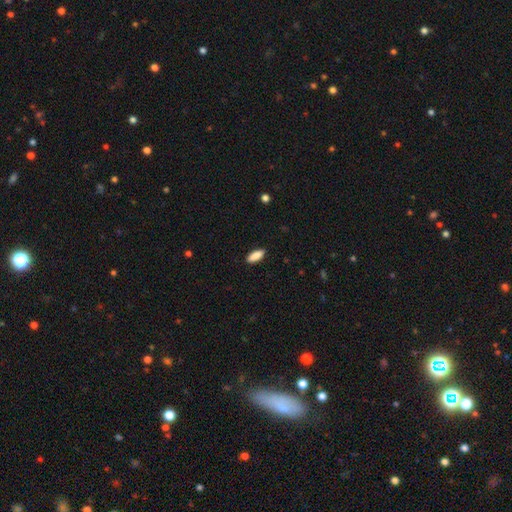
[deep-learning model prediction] This is clearly a smooth galaxy (90%). How rounded: likely in between (74%). Merging: clearly none (89%).